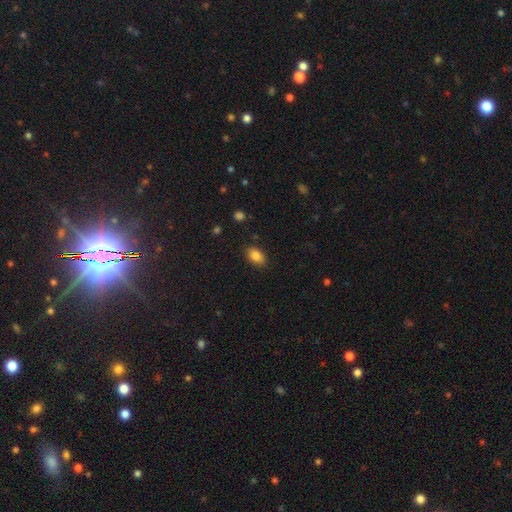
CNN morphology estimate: This appears to be a smooth galaxy with no disk features (85%) that is in between round and cigar-shaped (86%). Merging: none (85%).